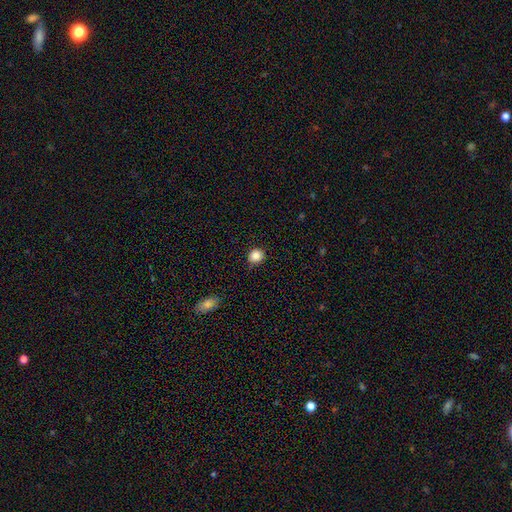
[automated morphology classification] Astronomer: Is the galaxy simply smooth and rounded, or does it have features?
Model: smooth — 84%.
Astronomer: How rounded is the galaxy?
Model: round — 82%.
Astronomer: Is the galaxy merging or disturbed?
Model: none — 84%.